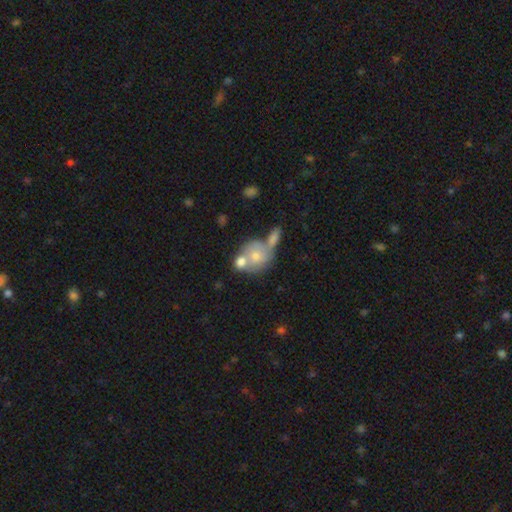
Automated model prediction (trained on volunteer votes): smooth 57%, featured or disk 33%, star or artifact 10%. Down the decision tree: how rounded — round (68%); merging — merger (44%).